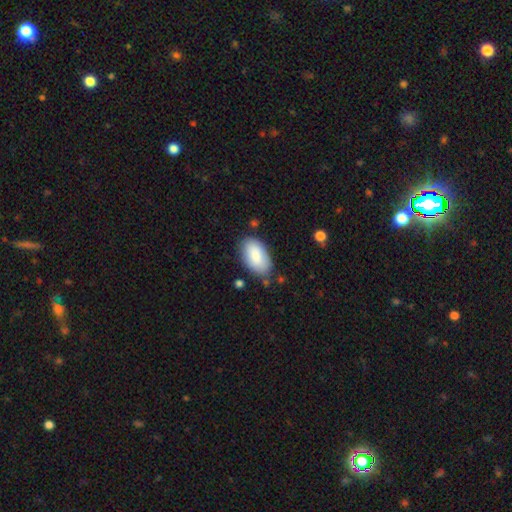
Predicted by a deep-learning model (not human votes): Smooth or featured?
  - smooth: 86% *
  - featured or disk: 9%
  - star or artifact: 6%
How rounded?
  - in between: 95% *
  - round: 3%
  - cigar-shaped: 2%
Merging?
  - none: 80% *
  - minor disturbance: 14%
  - major disturbance: 3%
  - merger: 3%